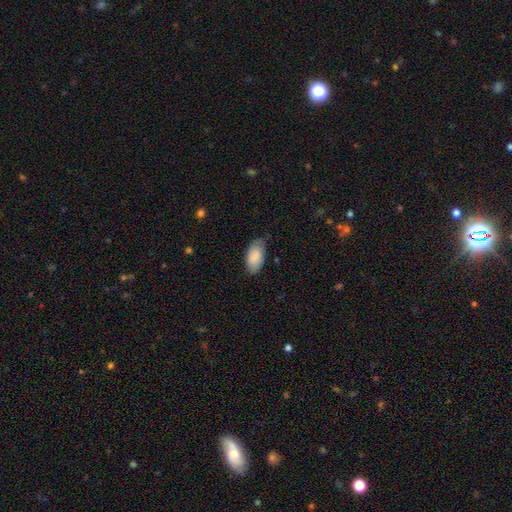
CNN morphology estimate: A smooth galaxy with no disk features (87%) that is in between round and cigar-shaped (95%). Merging: none (67%).